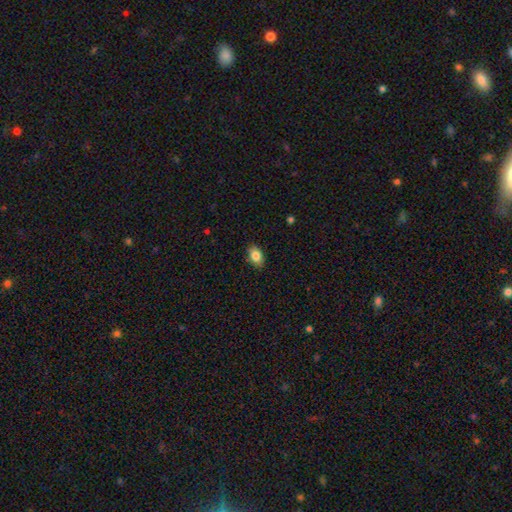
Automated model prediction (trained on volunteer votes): This appears to be a smooth galaxy with no disk features (84%) that is in between round and cigar-shaped (86%). Merging: none (87%).